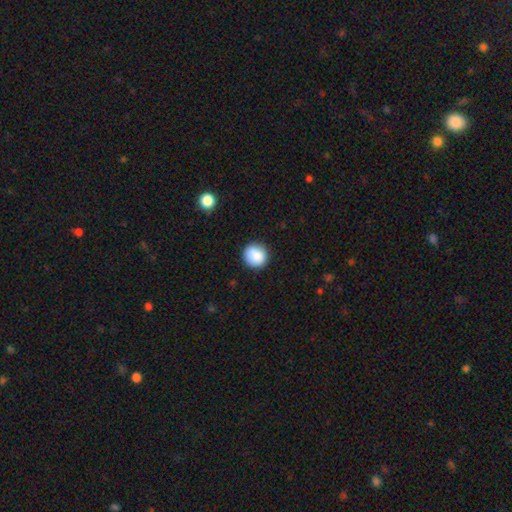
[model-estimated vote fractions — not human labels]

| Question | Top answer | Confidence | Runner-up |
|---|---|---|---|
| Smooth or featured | smooth | 87% | star or artifact (8%) |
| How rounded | round | 89% | in between (10%) |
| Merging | none | 85% | minor disturbance (10%) |